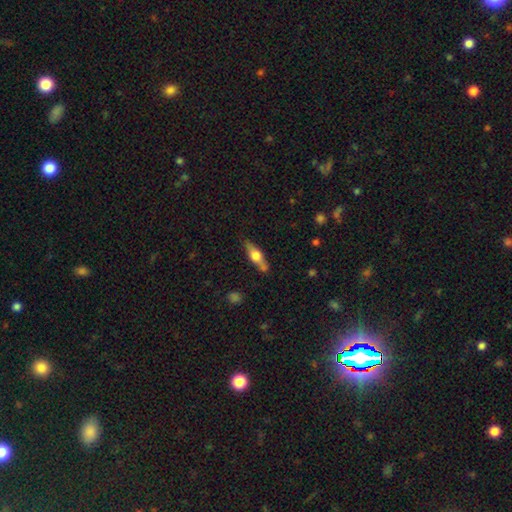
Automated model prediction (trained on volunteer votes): This is possibly a featured or disk galaxy (53%). It is clearly viewed edge-on (91%). Merging: likely none (76%).